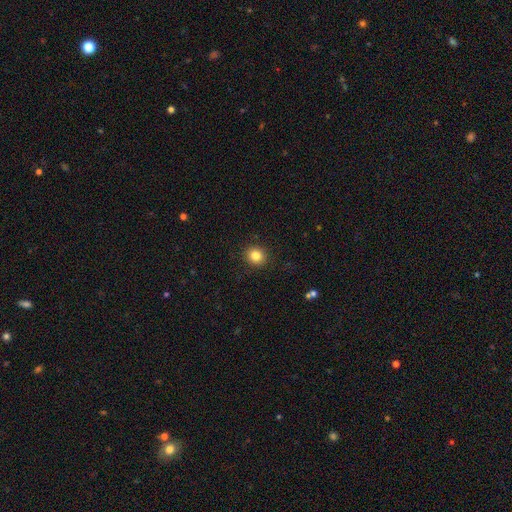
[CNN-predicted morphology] Smooth or featured?
  - smooth: 83% *
  - star or artifact: 11%
  - featured or disk: 6%
How rounded?
  - round: 87% *
  - in between: 12%
  - cigar-shaped: 1%
Merging?
  - none: 92% *
  - minor disturbance: 6%
  - major disturbance: 2%
  - merger: 1%